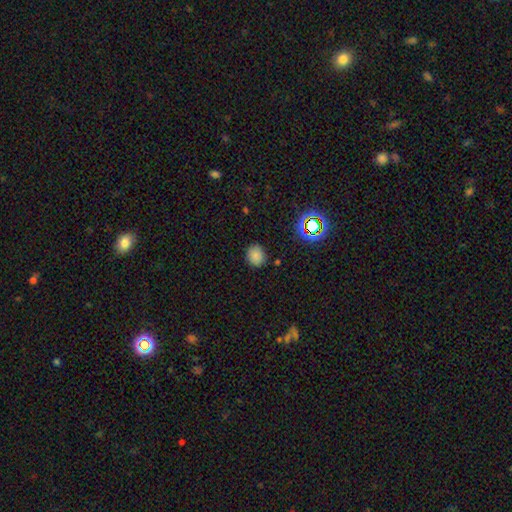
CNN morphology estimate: This is likely a smooth galaxy (80%). How rounded: likely round (76%). Merging: clearly none (85%).